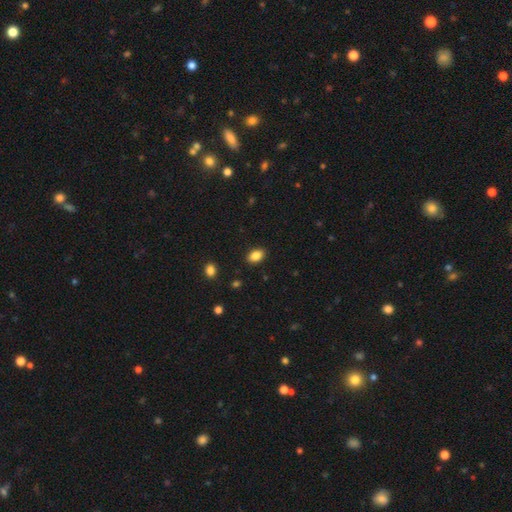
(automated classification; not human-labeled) This is clearly a smooth galaxy (86%). How rounded: clearly in between (83%). Merging: clearly none (89%).